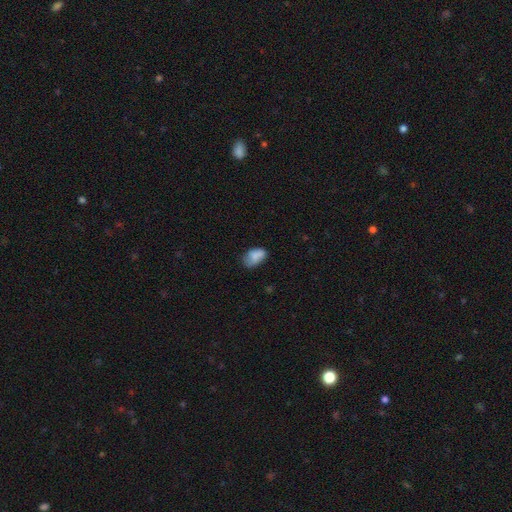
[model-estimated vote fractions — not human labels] smooth_or_featured: smooth (p=0.77) [alt: featured or disk p=0.14]
how_rounded: in between (p=0.88) [alt: round p=0.10]
merging: none (p=0.50) [alt: minor disturbance p=0.34]